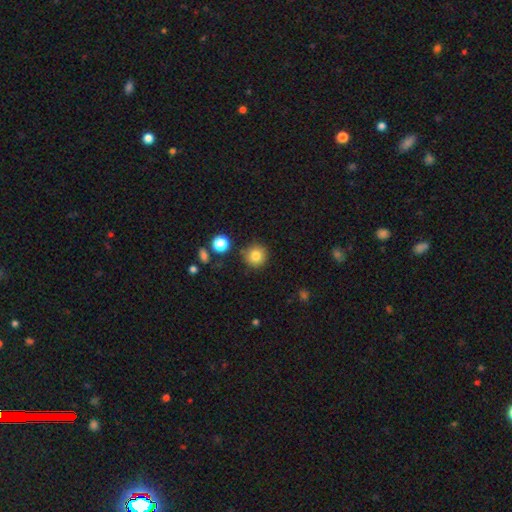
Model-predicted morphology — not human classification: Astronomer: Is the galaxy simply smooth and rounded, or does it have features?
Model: smooth — 81%.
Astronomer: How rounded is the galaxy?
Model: round — 94%.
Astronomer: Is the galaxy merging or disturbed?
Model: none — 86%.